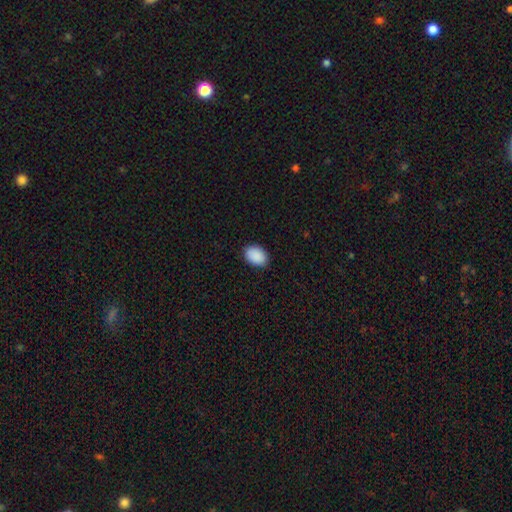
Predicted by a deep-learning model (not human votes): This appears to be a smooth galaxy with no disk features (91%) that is in between round and cigar-shaped (85%). Merging: none (89%).